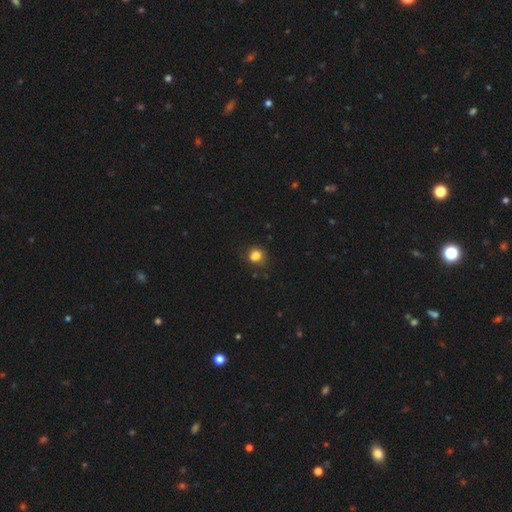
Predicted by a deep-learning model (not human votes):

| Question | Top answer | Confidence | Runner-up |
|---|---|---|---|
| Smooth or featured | smooth | 82% | star or artifact (12%) |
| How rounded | round | 75% | in between (24%) |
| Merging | none | 78% | minor disturbance (16%) |